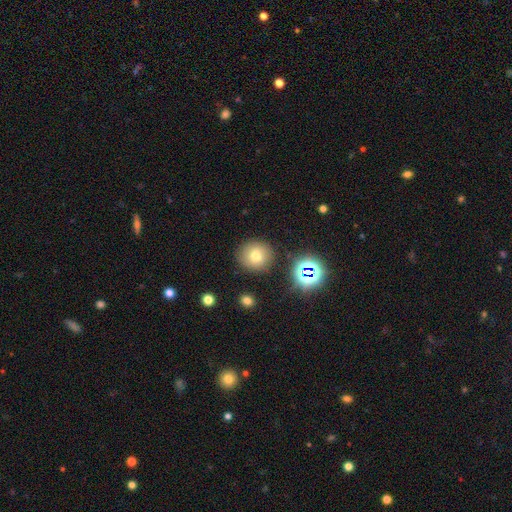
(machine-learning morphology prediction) Smooth or featured: smooth — 71% (star or artifact — 17%)
How rounded: round — 90% (in between — 9%)
Merging: none — 84% (minor disturbance — 9%)